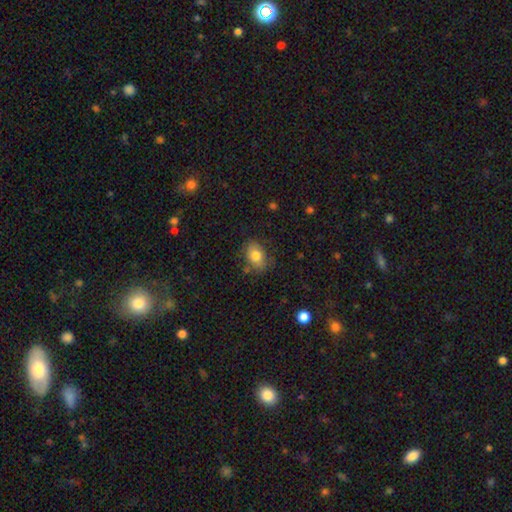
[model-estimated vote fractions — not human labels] smooth_or_featured: smooth (p=0.78) [alt: featured or disk p=0.13]
how_rounded: in between (p=0.76) [alt: round p=0.23]
merging: none (p=0.74) [alt: minor disturbance p=0.18]